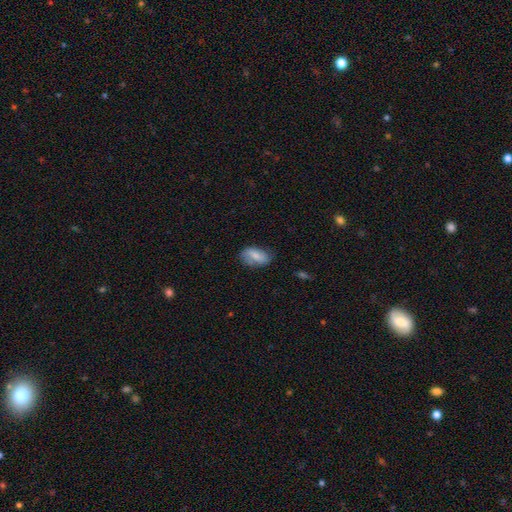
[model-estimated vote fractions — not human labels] Smooth or featured? smooth (64%)
How rounded? in between (90%)
Merging? none (67%)